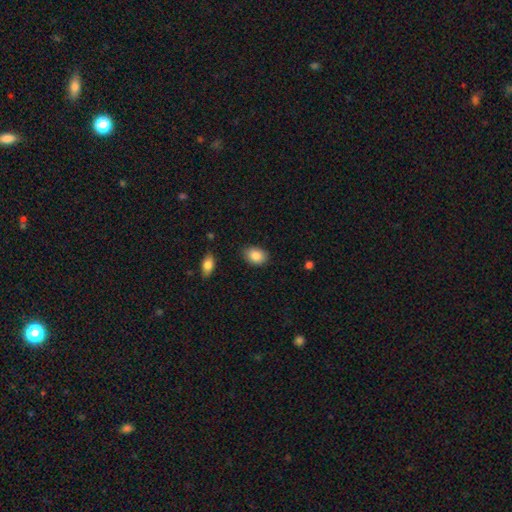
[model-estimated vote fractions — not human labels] smooth-or-featured: smooth: 87% | star or artifact: 7% | featured or disk: 6%
  how-rounded: in between: 79% | round: 20% | cigar-shaped: 1%
  merging: none: 84% | minor disturbance: 12% | major disturbance: 3% | merger: 2%